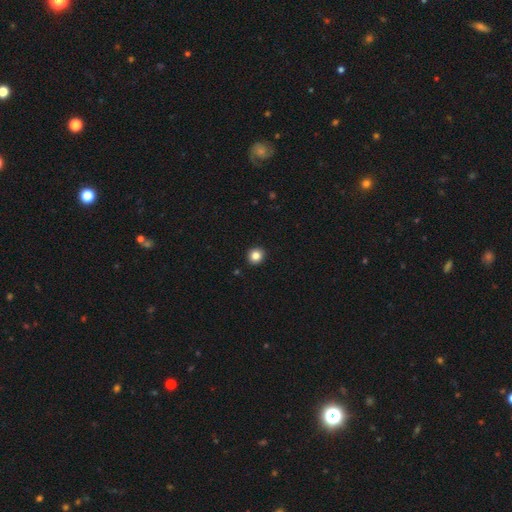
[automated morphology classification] Q: Smooth or featured?
A: smooth (85%); runner-up: star or artifact (10%)
Q: How rounded?
A: round (87%); runner-up: in between (12%)
Q: Merging?
A: none (93%); runner-up: minor disturbance (5%)